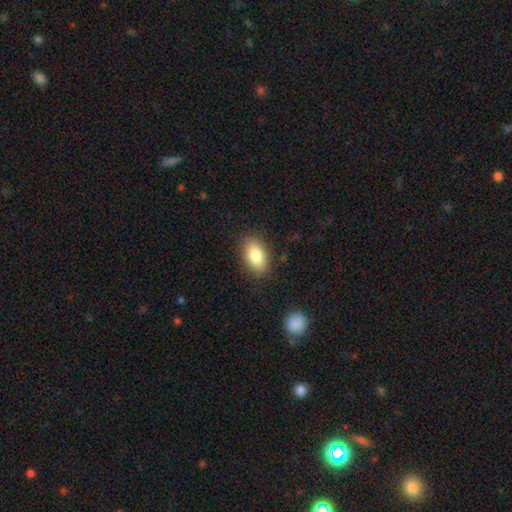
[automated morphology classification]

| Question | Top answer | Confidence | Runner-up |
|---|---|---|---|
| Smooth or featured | smooth | 83% | featured or disk (10%) |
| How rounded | in between | 90% | round (6%) |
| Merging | none | 86% | minor disturbance (10%) |